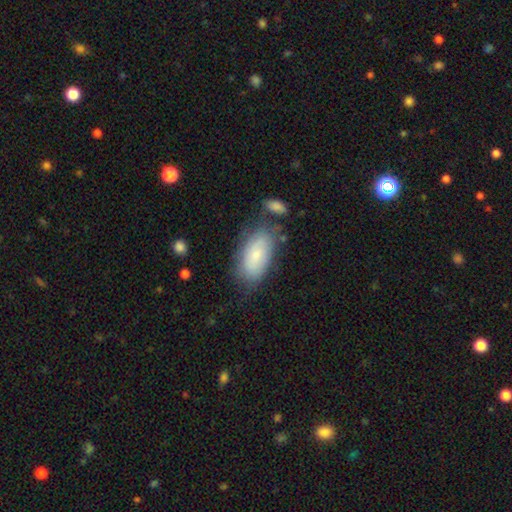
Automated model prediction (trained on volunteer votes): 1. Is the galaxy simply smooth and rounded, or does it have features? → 71% smooth, 22% featured or disk, 7% star or artifact.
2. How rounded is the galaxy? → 93% in between, 4% round, 3% cigar-shaped.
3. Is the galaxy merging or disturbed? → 61% none, 22% minor disturbance, 9% major disturbance, 7% merger.